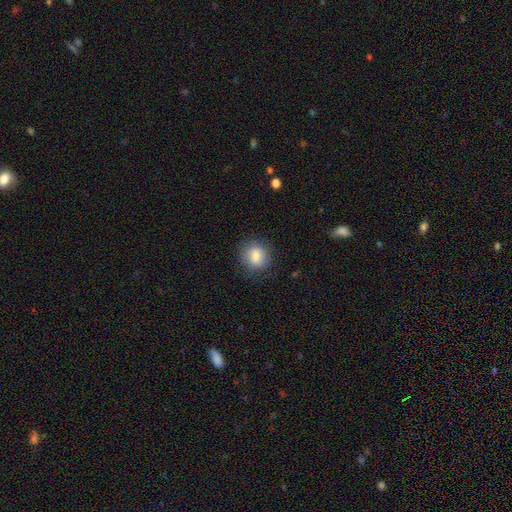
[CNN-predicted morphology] Overall: smooth (79%). How rounded: round (81%). Merging: none (82%).